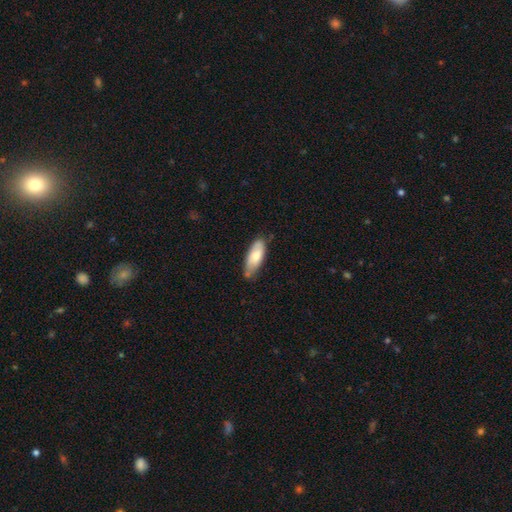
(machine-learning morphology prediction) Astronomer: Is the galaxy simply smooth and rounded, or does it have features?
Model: smooth — 72%.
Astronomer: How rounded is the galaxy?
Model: in between — 73%.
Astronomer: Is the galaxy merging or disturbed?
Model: none — 64%.